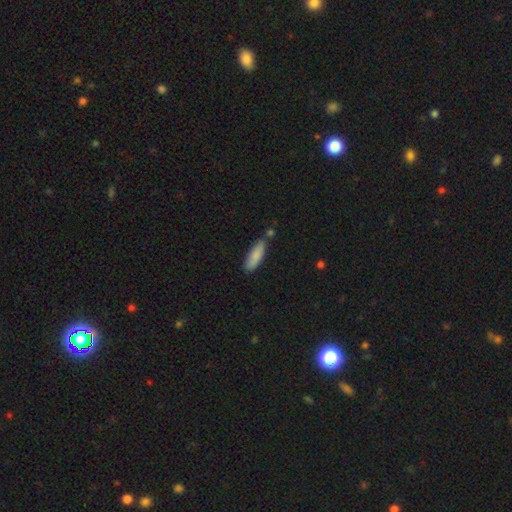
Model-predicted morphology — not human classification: This is clearly a smooth galaxy (85%). How rounded: possibly cigar-shaped (53%). Merging: likely none (75%).